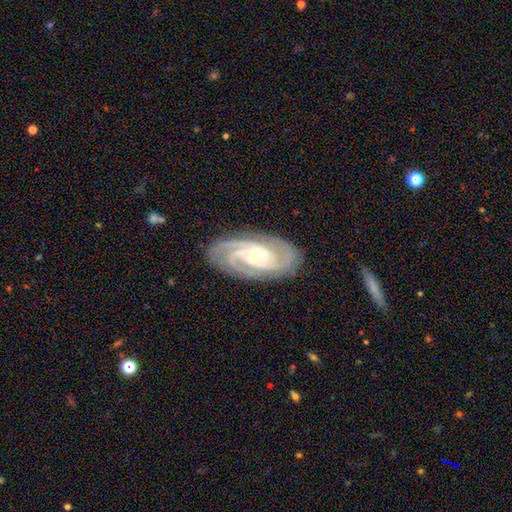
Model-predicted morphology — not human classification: smooth_or_featured: featured or disk (p=0.90) [alt: smooth p=0.05]
disk_edge_on: no (p=0.96) [alt: yes p=0.04]
bar: no (p=0.54) [alt: weak p=0.33]
has_spiral_arms: yes (p=0.98) [alt: no p=0.02]
spiral_winding: tight (p=0.66) [alt: medium p=0.30]
spiral_arm_count: 3 (p=0.46) [alt: 4 p=0.18]
bulge_size: small (p=0.68) [alt: moderate p=0.29]
merging: none (p=0.82) [alt: minor disturbance p=0.13]